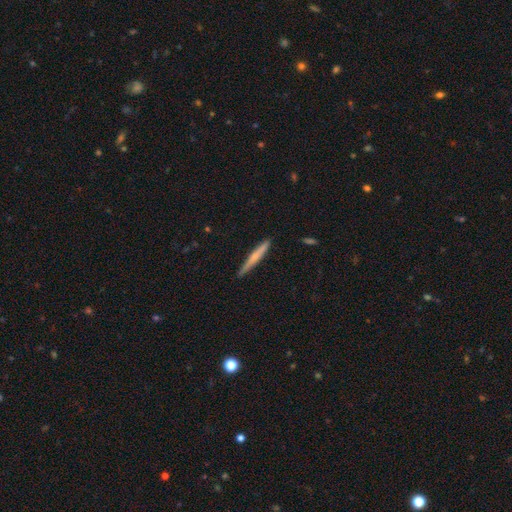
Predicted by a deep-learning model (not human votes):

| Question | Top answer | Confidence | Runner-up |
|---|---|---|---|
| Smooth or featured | smooth | 59% | featured or disk (36%) |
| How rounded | cigar-shaped | 96% | in between (3%) |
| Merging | none | 87% | minor disturbance (10%) |